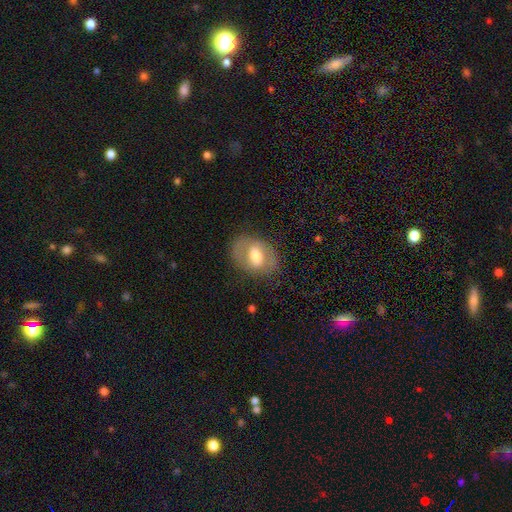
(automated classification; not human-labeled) smooth-or-featured: featured or disk: 50% | smooth: 43% | star or artifact: 7%
  disk-edge-on: no: 93% | yes: 7%
  merging: none: 74% | minor disturbance: 16% | major disturbance: 9% | merger: 1%